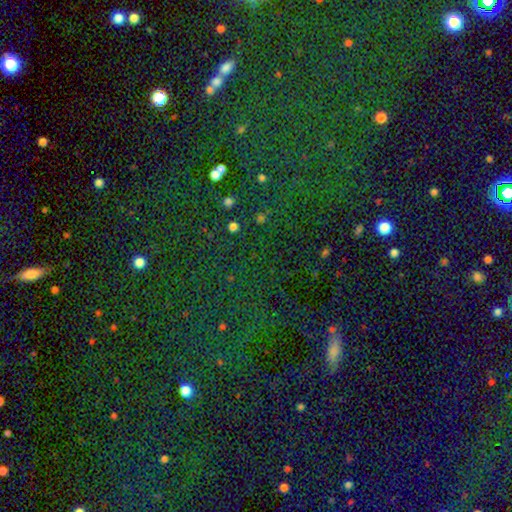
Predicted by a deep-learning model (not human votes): Overall: star or artifact (72%).